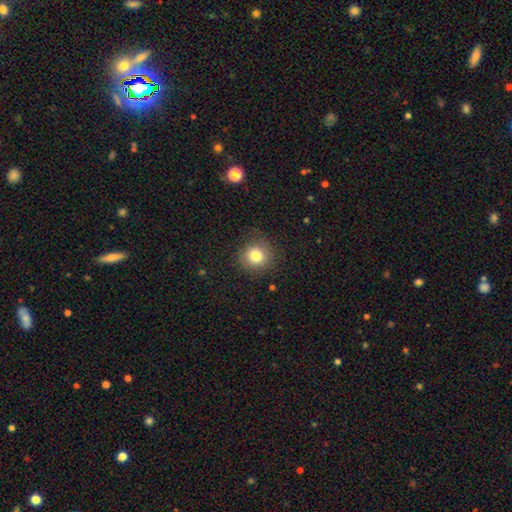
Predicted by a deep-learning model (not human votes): Smooth or featured? Predicted: smooth (p=0.80). How rounded? Predicted: round (p=0.89). Merging? Predicted: none (p=0.83).